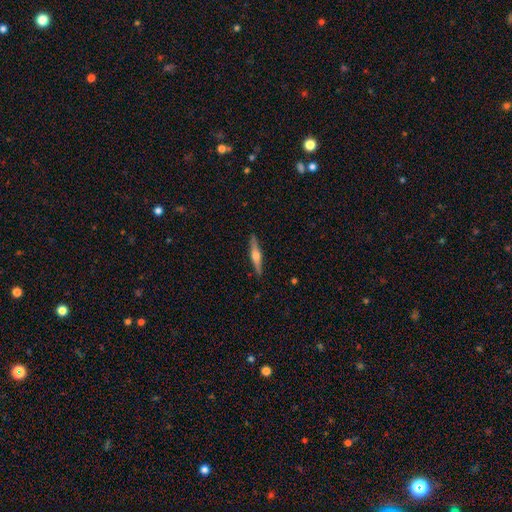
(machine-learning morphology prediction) This appears to be a featured or disk galaxy (70%) viewed edge-on (98%) with a rounded central bulge (87%). Merging: none (90%).